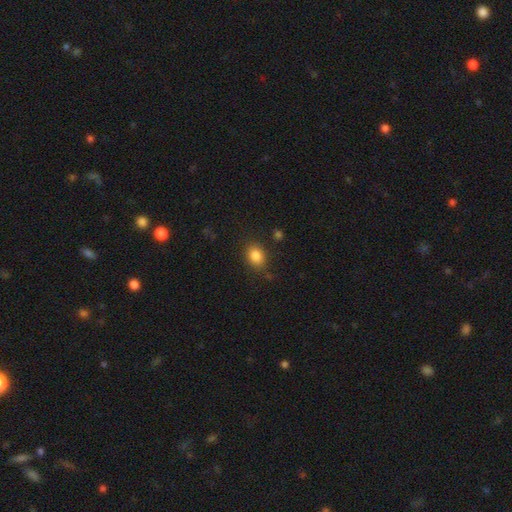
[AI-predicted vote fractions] smooth 85%, star or artifact 10%, featured or disk 5%. Down the decision tree: how rounded — in between (63%); merging — none (82%).